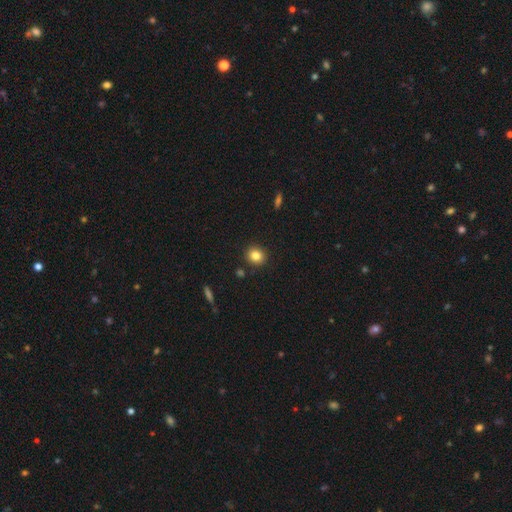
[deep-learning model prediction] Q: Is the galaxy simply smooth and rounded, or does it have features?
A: smooth — 84%.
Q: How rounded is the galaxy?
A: round — 83%.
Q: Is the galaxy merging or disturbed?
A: none — 90%.